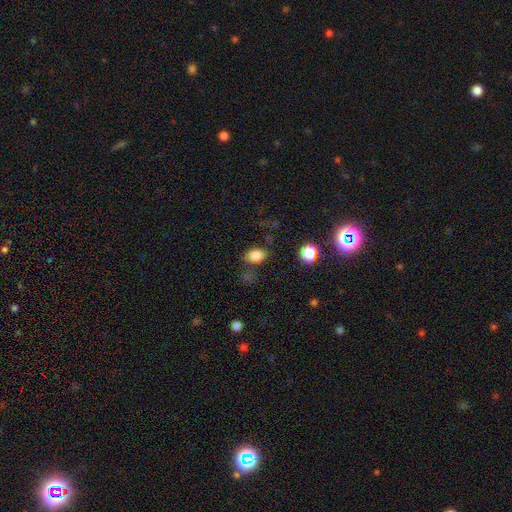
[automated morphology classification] Smooth or featured? Predicted: smooth (p=0.82). How rounded? Predicted: in between (p=0.80). Merging? Predicted: none (p=0.71).